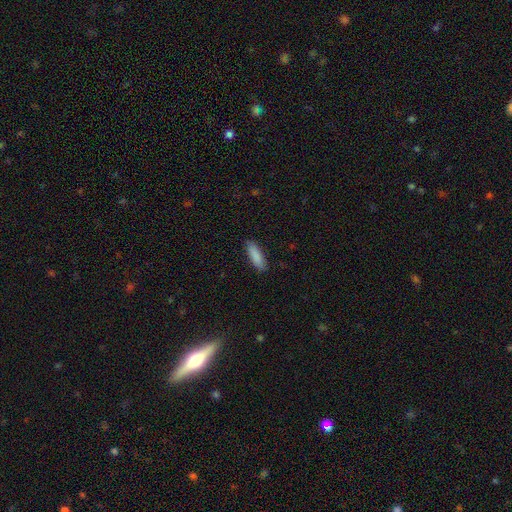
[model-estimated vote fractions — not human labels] Smooth or featured: smooth — 88% (star or artifact — 6%)
How rounded: cigar-shaped — 57% (in between — 42%)
Merging: none — 88% (minor disturbance — 9%)